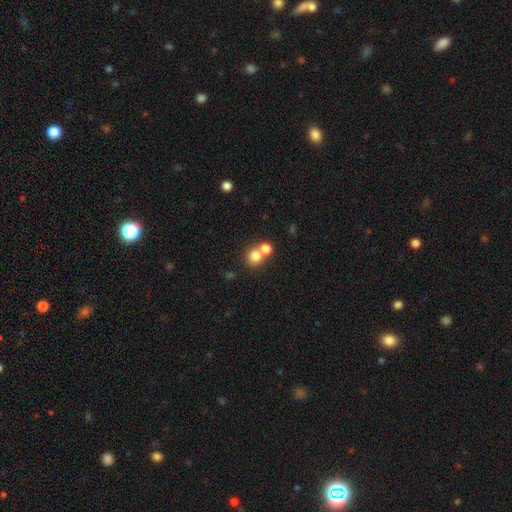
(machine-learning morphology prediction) smooth_or_featured: smooth (p=0.78) [alt: star or artifact p=0.11]
how_rounded: round (p=0.84) [alt: in between p=0.15]
merging: merger (p=0.48) [alt: none p=0.44]